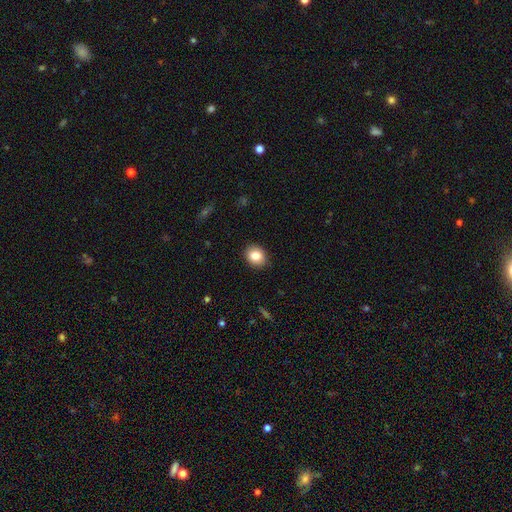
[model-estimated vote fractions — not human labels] Q: Smooth or featured?
A: smooth (84%); runner-up: star or artifact (9%)
Q: How rounded?
A: round (57%); runner-up: in between (42%)
Q: Merging?
A: none (89%); runner-up: minor disturbance (8%)